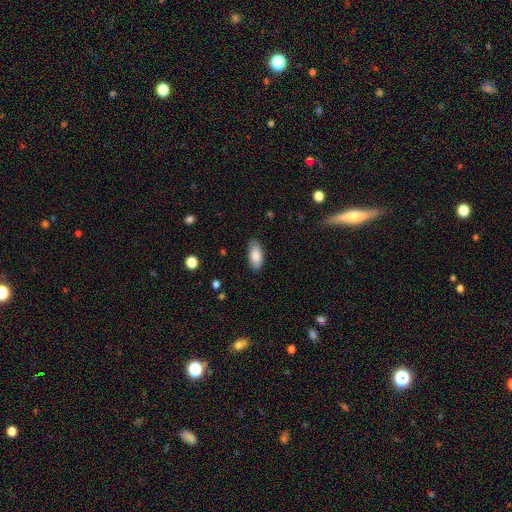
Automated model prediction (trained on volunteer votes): Smooth or featured: smooth — 85% (featured or disk — 9%)
How rounded: in between — 91% (cigar-shaped — 7%)
Merging: none — 84% (minor disturbance — 12%)